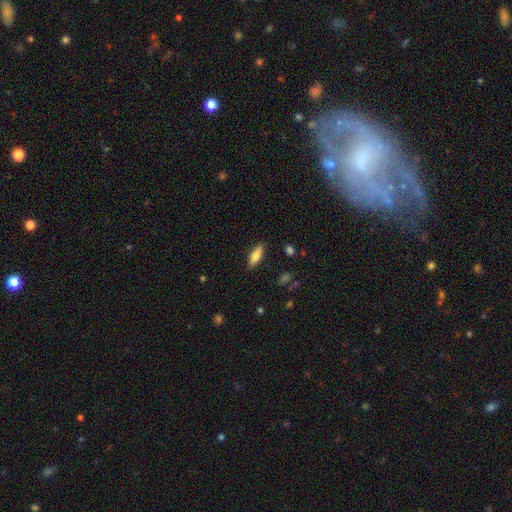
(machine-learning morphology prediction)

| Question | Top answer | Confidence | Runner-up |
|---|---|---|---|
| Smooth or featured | smooth | 77% | featured or disk (16%) |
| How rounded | in between | 59% | cigar-shaped (39%) |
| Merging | none | 86% | minor disturbance (10%) |